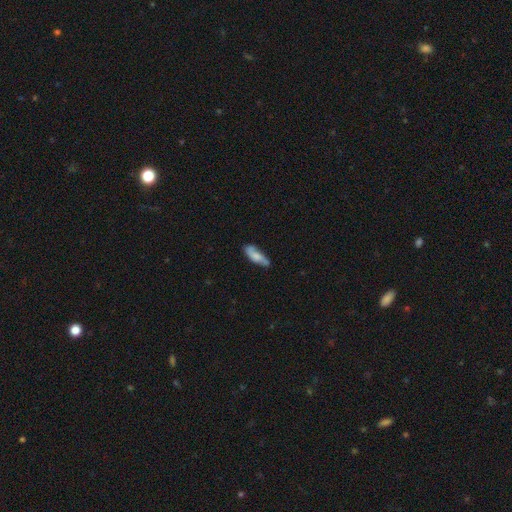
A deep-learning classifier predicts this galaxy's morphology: A smooth galaxy with no disk features (57%) that is in between round and cigar-shaped (55%).

Vote fractions:
- Smooth or featured? smooth: 57% / featured or disk: 36% / star or artifact: 7%
- How rounded? in between: 55% / cigar-shaped: 43% / round: 2%
- Merging? none: 66% / minor disturbance: 25% / major disturbance: 6% / merger: 3%